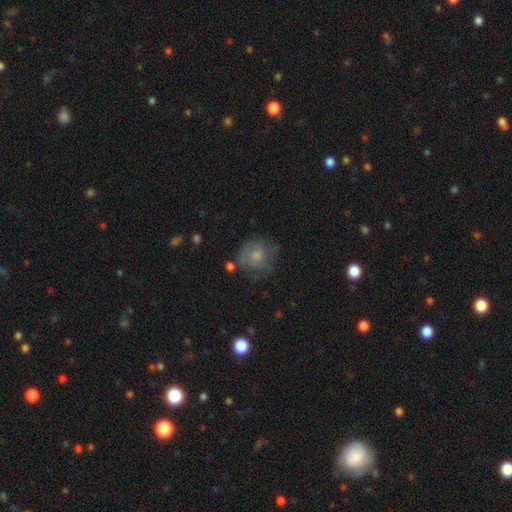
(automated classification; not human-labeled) Q: Smooth or featured?
A: smooth (47%); runner-up: featured or disk (44%)
Q: Merging?
A: none (55%); runner-up: minor disturbance (25%)